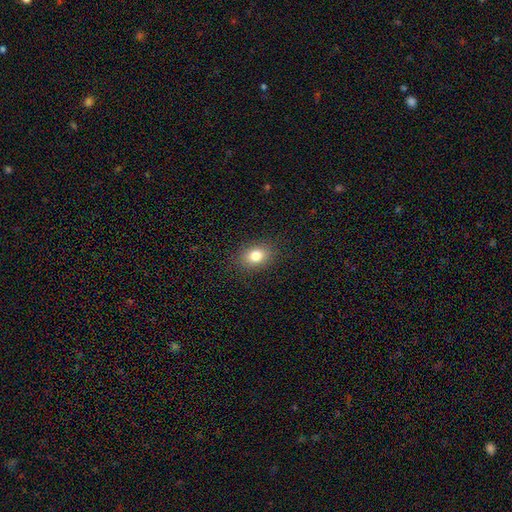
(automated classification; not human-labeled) Morphology: type=smooth (80%); roundness=in between (65%); merging=none (88%).